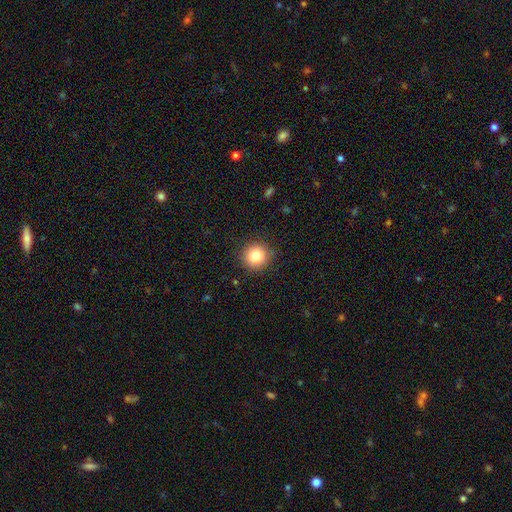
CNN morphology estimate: smooth-or-featured: smooth: 82% | star or artifact: 11% | featured or disk: 7%
  how-rounded: round: 94% | in between: 5% | cigar-shaped: 1%
  merging: none: 90% | minor disturbance: 7% | major disturbance: 2% | merger: 1%